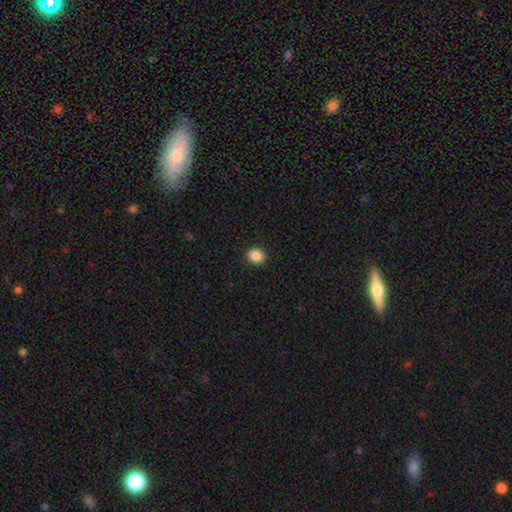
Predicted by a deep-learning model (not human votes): Smooth or featured? Predicted: smooth (p=0.87). How rounded? Predicted: round (p=0.73). Merging? Predicted: none (p=0.92).